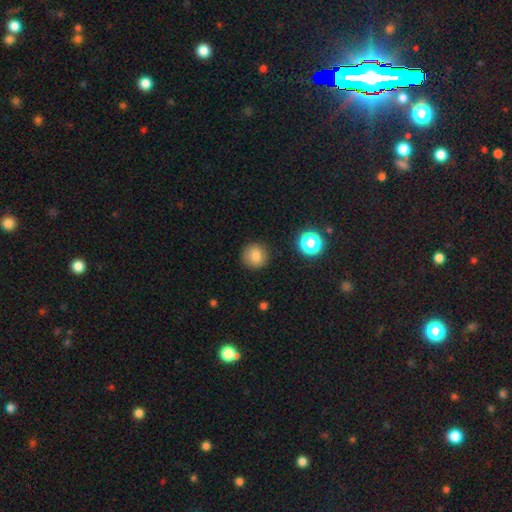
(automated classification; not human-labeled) Morphology: type=smooth (81%); roundness=round (93%); merging=none (89%).